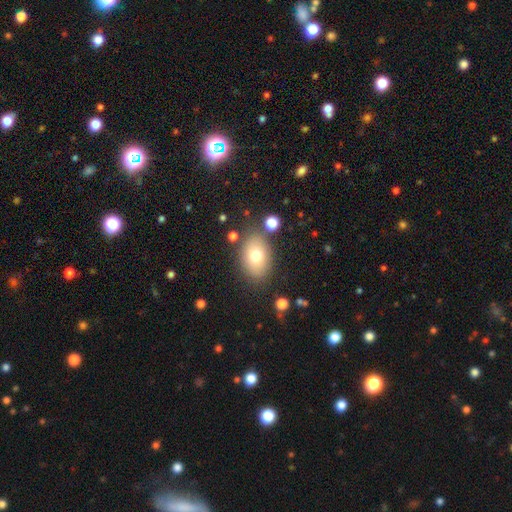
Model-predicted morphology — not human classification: type=smooth (75%); roundness=in between (77%); merging=none (78%).